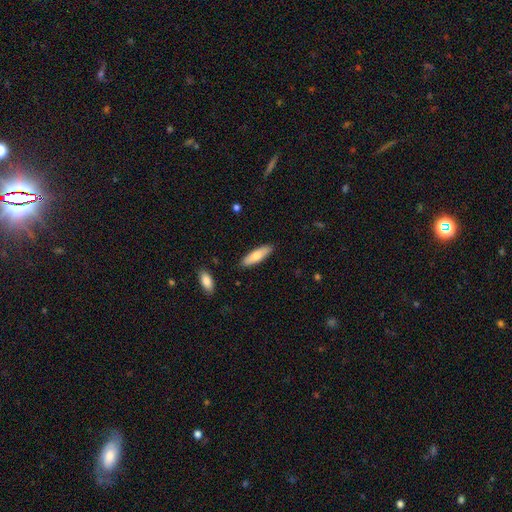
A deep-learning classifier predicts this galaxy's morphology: A smooth galaxy with no disk features (73%) that is cigar-shaped (57%).

Vote fractions:
- Smooth or featured? smooth: 73% / featured or disk: 22% / star or artifact: 5%
- How rounded? cigar-shaped: 57% / in between: 42% / round: 2%
- Merging? none: 87% / minor disturbance: 9% / major disturbance: 2% / merger: 2%